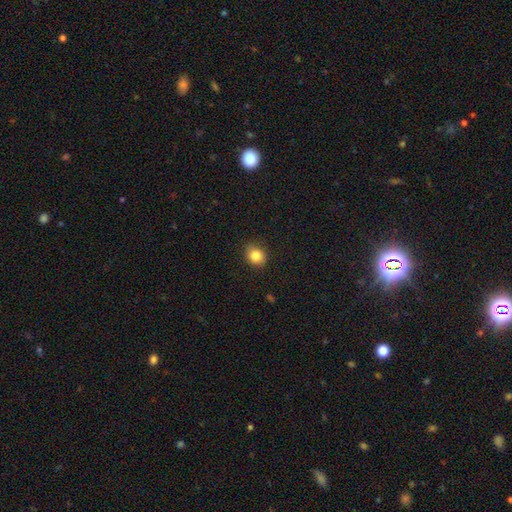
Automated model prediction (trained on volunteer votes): smooth 84%, star or artifact 10%, featured or disk 6%. Down the decision tree: how rounded — round (60%); merging — none (85%).